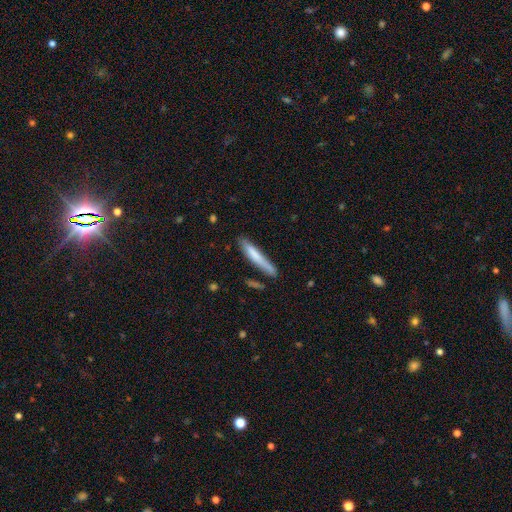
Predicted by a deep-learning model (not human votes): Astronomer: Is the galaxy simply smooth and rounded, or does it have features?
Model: smooth — 72%.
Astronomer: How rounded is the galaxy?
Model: cigar-shaped — 93%.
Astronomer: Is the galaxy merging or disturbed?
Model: none — 73%.